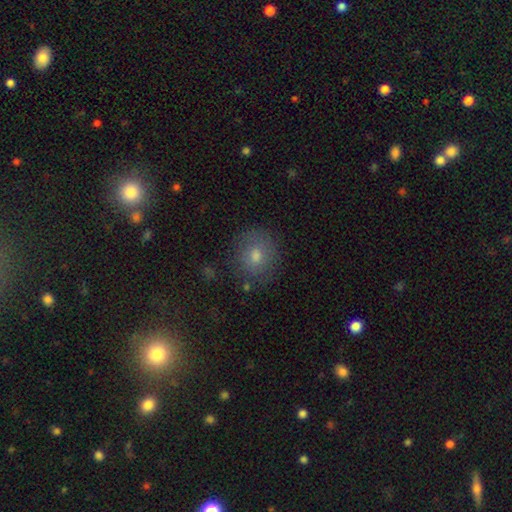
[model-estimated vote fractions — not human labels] Smooth or featured? smooth (67%)
How rounded? round (81%)
Merging? none (82%)